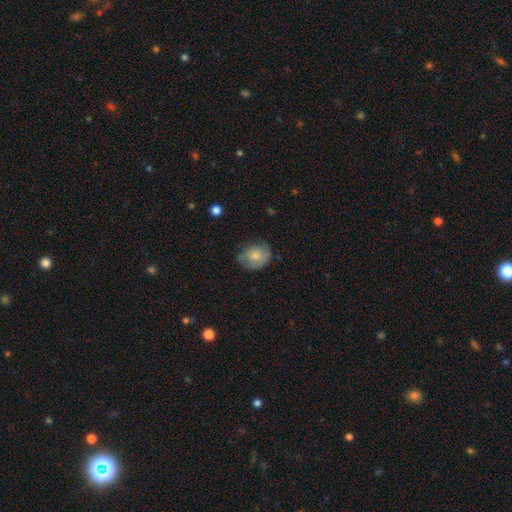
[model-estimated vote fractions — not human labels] Smooth or featured? smooth (67%)
How rounded? round (55%)
Merging? none (60%)